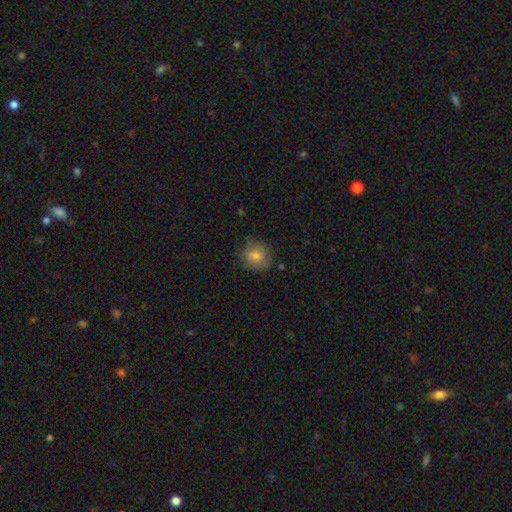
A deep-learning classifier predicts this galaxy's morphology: Smooth or featured? smooth (74%)
How rounded? round (81%)
Merging? none (77%)